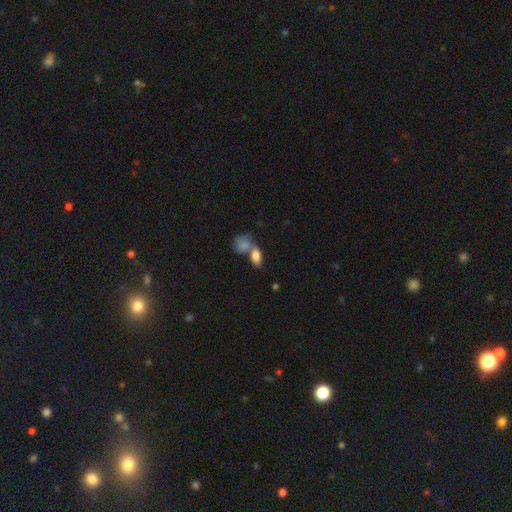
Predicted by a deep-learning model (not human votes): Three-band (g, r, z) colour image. It shows a smooth galaxy with no disk features (82%) that is in between round and cigar-shaped (88%). Merging: merger (49%).